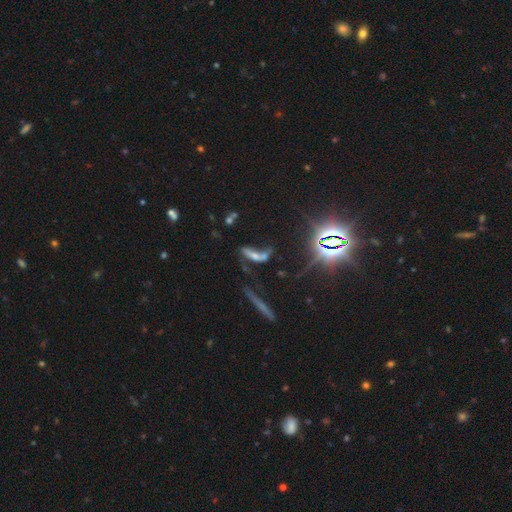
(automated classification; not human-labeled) smooth-or-featured: featured or disk: 39% | smooth: 37% | star or artifact: 24%
  merging: merger: 43% | none: 24% | major disturbance: 20% | minor disturbance: 13%